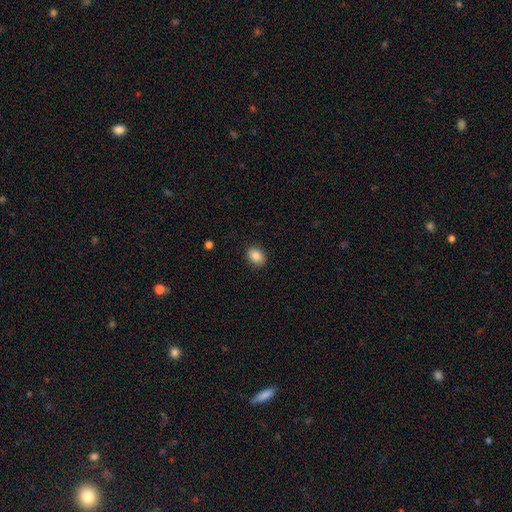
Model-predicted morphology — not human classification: smooth_or_featured: smooth (p=0.86) [alt: star or artifact p=0.09]
how_rounded: in between (p=0.68) [alt: round p=0.31]
merging: none (p=0.89) [alt: minor disturbance p=0.08]